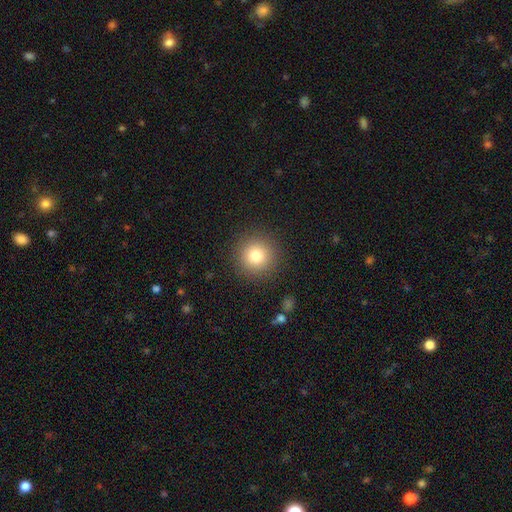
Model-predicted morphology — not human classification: Smooth or featured?
  - smooth: 79% *
  - star or artifact: 12%
  - featured or disk: 8%
How rounded?
  - round: 95% *
  - in between: 4%
  - cigar-shaped: 1%
Merging?
  - none: 90% *
  - minor disturbance: 6%
  - major disturbance: 3%
  - merger: 1%